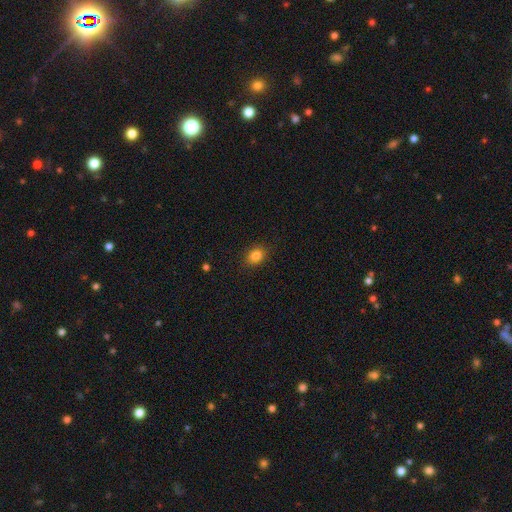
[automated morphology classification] smooth_or_featured: smooth (p=0.84) [alt: star or artifact p=0.11]
how_rounded: in between (p=0.51) [alt: round p=0.47]
merging: none (p=0.88) [alt: minor disturbance p=0.09]